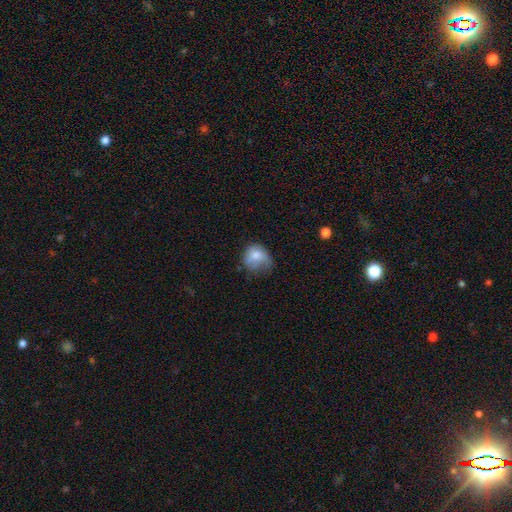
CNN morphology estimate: Smooth or featured? Predicted: smooth (p=0.64). How rounded? Predicted: round (p=0.64). Merging? Predicted: minor disturbance (p=0.35, tied with none).